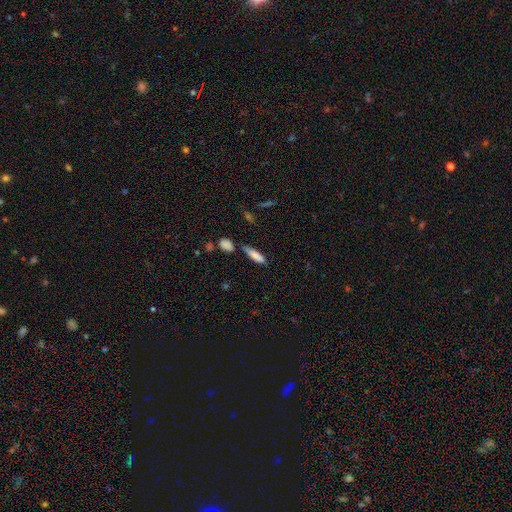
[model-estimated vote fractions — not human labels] This appears to be a smooth galaxy with no disk features (81%) that is cigar-shaped (61%). Merging: none (65%).